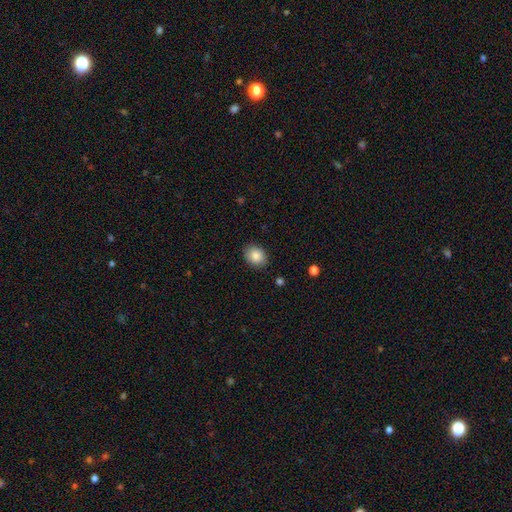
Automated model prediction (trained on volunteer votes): Overall: smooth (86%). How rounded: in between (59%; round 40%). Merging: none (87%).